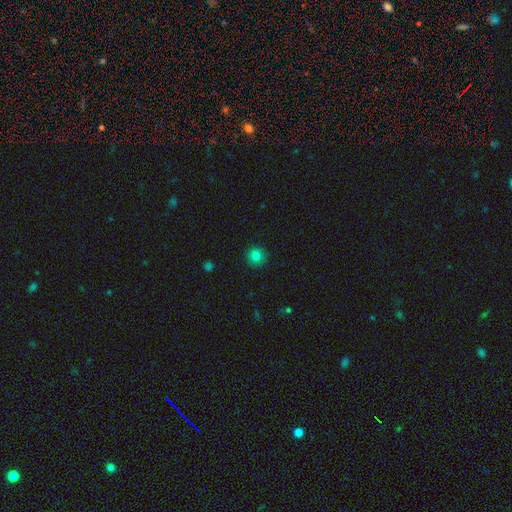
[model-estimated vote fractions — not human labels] smooth-or-featured: smooth: 82% | star or artifact: 12% | featured or disk: 6%
  how-rounded: round: 94% | in between: 5% | cigar-shaped: 1%
  merging: none: 91% | minor disturbance: 7% | major disturbance: 2% | merger: 1%